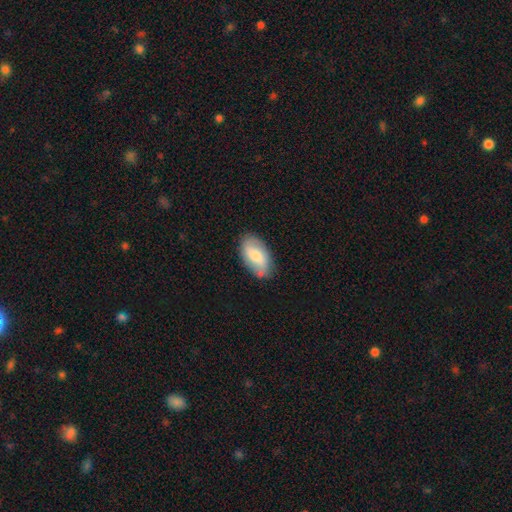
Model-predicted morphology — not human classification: Smooth or featured? smooth (62%)
How rounded? in between (94%)
Merging? none (76%)